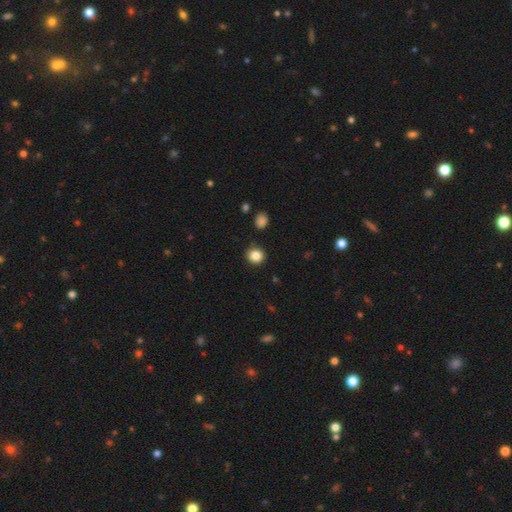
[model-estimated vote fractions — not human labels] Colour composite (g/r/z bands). It shows a smooth galaxy with no disk features (85%) that is round (89%). Merging: none (90%).